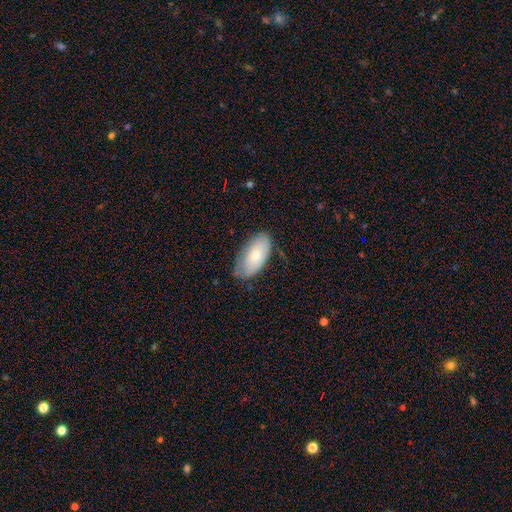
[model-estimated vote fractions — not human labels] Smooth or featured: smooth — 72% (featured or disk — 22%)
How rounded: in between — 94% (cigar-shaped — 3%)
Merging: none — 67% (minor disturbance — 26%)